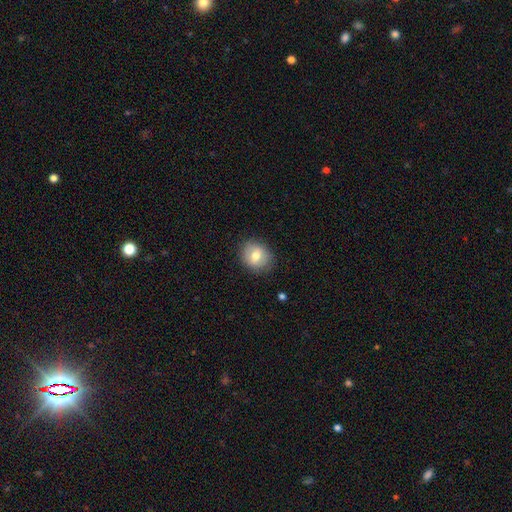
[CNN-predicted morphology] Smooth or featured?
  - smooth: 70% *
  - featured or disk: 22%
  - star or artifact: 9%
How rounded?
  - round: 68% *
  - in between: 31%
  - cigar-shaped: 1%
Merging?
  - none: 84% *
  - minor disturbance: 12%
  - major disturbance: 3%
  - merger: 1%